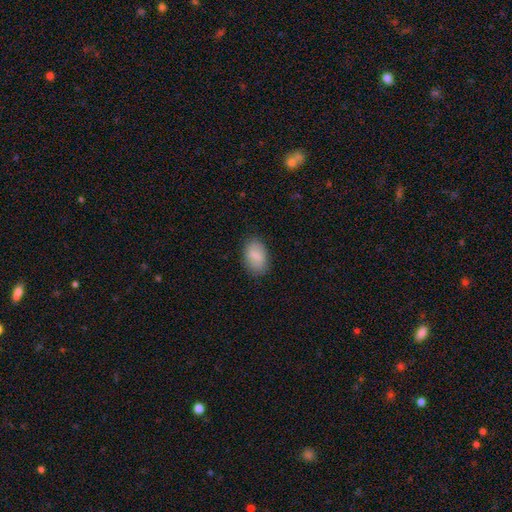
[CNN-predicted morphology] This is clearly a smooth galaxy (82%). How rounded: clearly in between (90%). Merging: clearly none (83%).